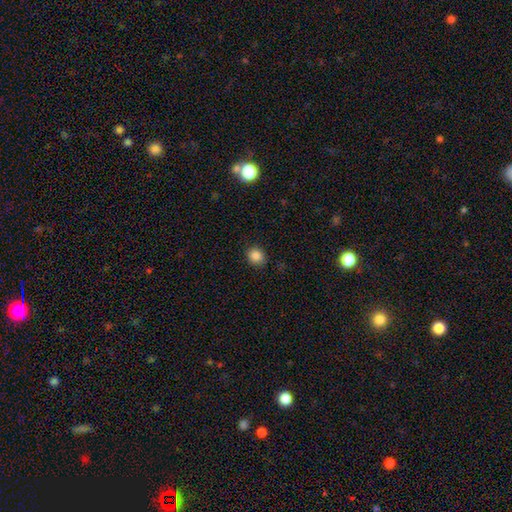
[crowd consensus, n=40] Smooth or featured? smooth (85%)
How rounded? round (74%)
Merging? none (81%)